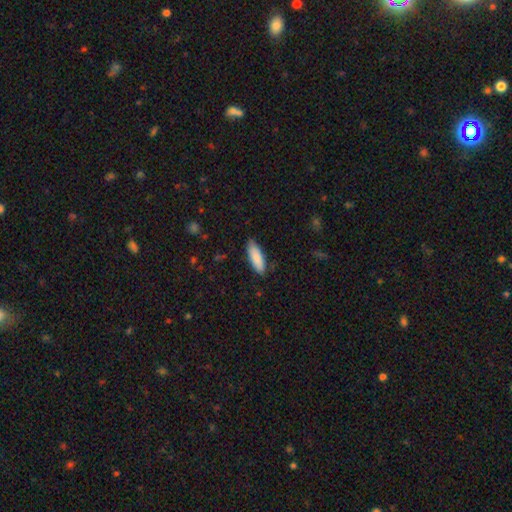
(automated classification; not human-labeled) The model was most divided on "how rounded": in between: 63%, cigar-shaped: 35%, round: 1%. More confident: smooth or featured — smooth (88%); merging — none (85%).